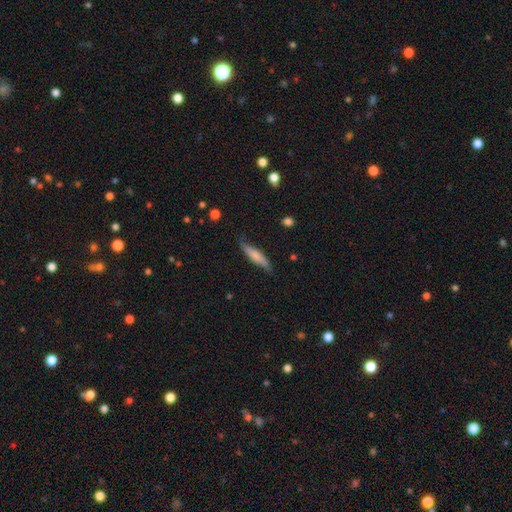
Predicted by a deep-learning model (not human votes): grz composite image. It shows a smooth galaxy with no disk features (64%) that is cigar-shaped (82%). Merging: none (71%).